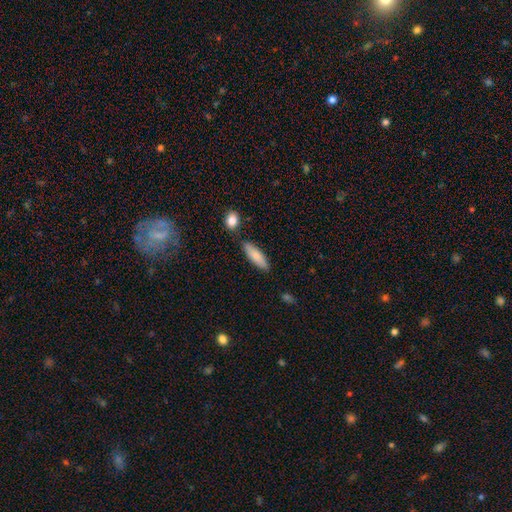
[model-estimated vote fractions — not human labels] smooth 81%, featured or disk 13%, star or artifact 6%. Down the decision tree: how rounded — in between (49%, tied with cigar-shaped); merging — none (80%).